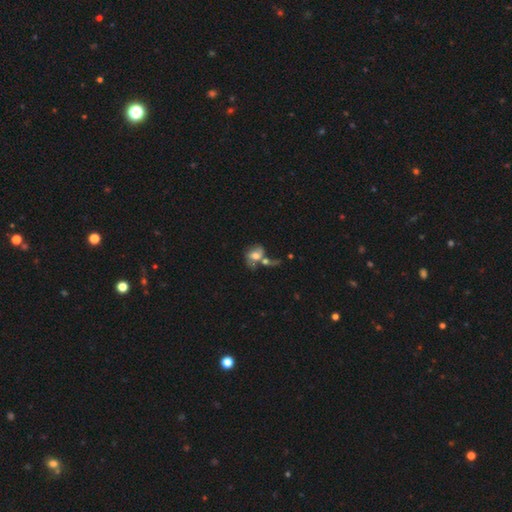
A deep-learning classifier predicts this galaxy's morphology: A smooth galaxy with no disk features (51%) that is in between round and cigar-shaped (57%).

Vote fractions:
- Smooth or featured? smooth: 51% / featured or disk: 38% / star or artifact: 11%
- How rounded? in between: 57% / round: 42% / cigar-shaped: 2%
- Merging? merger: 47% / none: 24% / major disturbance: 16% / minor disturbance: 13%